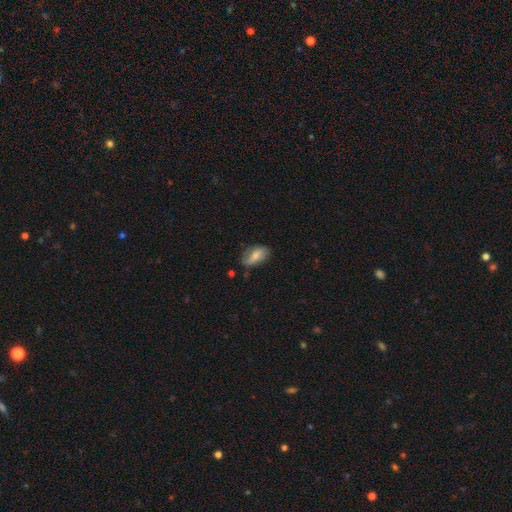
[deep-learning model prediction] Morphology: type=smooth (55%); roundness=in between (88%); merging=none (60%).